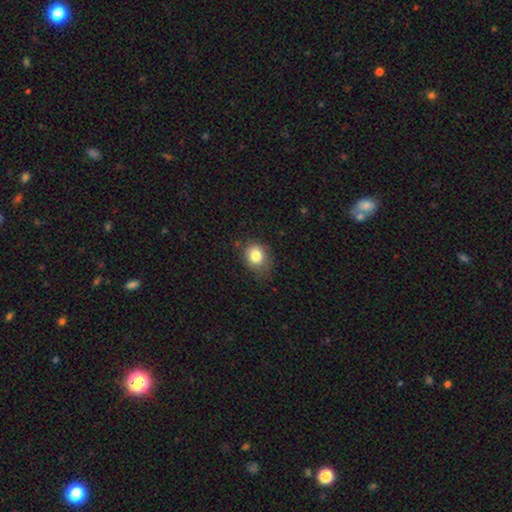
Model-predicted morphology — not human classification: Q: Smooth or featured?
A: smooth (82%); runner-up: star or artifact (10%)
Q: How rounded?
A: round (59%); runner-up: in between (40%)
Q: Merging?
A: none (66%); runner-up: minor disturbance (25%)